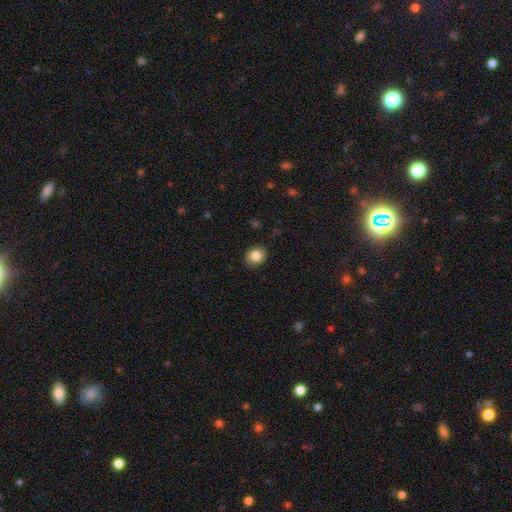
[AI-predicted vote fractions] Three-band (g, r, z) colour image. It shows a smooth galaxy with no disk features (85%) that is round (69%). Merging: none (89%).